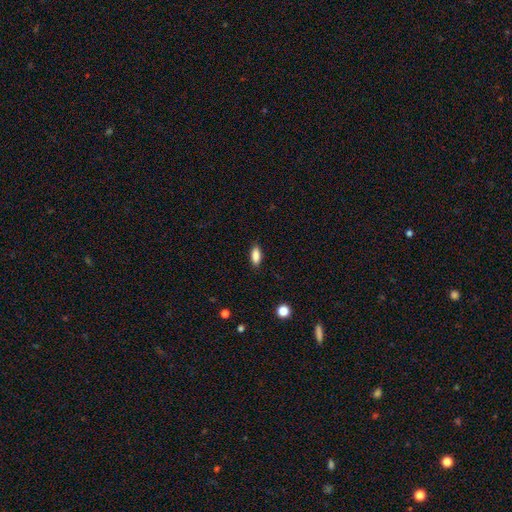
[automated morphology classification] Q: Smooth or featured?
A: smooth (87%); runner-up: star or artifact (8%)
Q: How rounded?
A: in between (81%); runner-up: cigar-shaped (16%)
Q: Merging?
A: none (86%); runner-up: minor disturbance (10%)